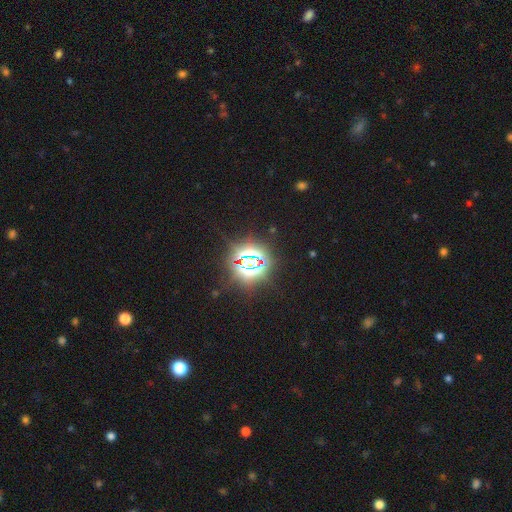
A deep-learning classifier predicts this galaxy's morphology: smooth_or_featured: star or artifact (p=0.80) [alt: smooth p=0.12]